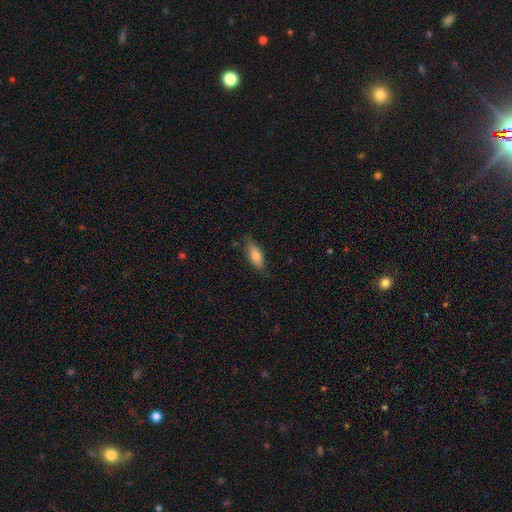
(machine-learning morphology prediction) Q: Smooth or featured?
A: smooth (76%); runner-up: featured or disk (17%)
Q: How rounded?
A: in between (72%); runner-up: cigar-shaped (26%)
Q: Merging?
A: none (77%); runner-up: minor disturbance (18%)